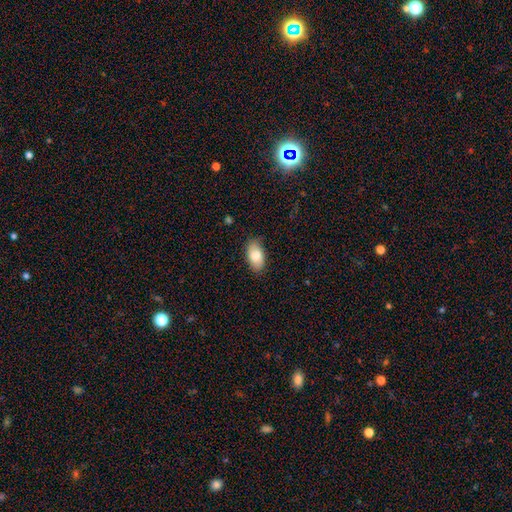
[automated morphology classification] Smooth or featured? smooth (80%)
How rounded? in between (94%)
Merging? none (81%)